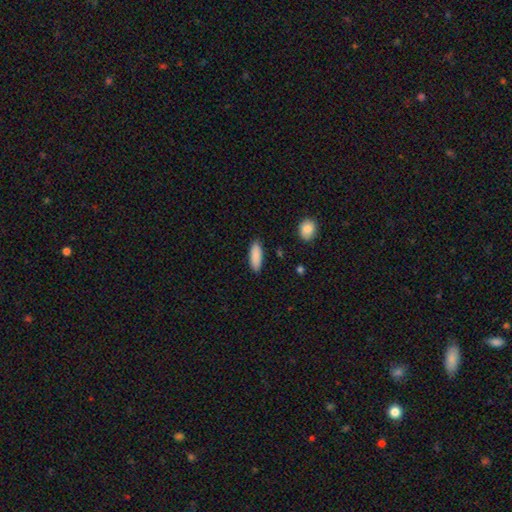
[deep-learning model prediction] Q: Smooth or featured?
A: smooth (89%); runner-up: star or artifact (6%)
Q: How rounded?
A: in between (63%); runner-up: cigar-shaped (35%)
Q: Merging?
A: none (87%); runner-up: minor disturbance (10%)